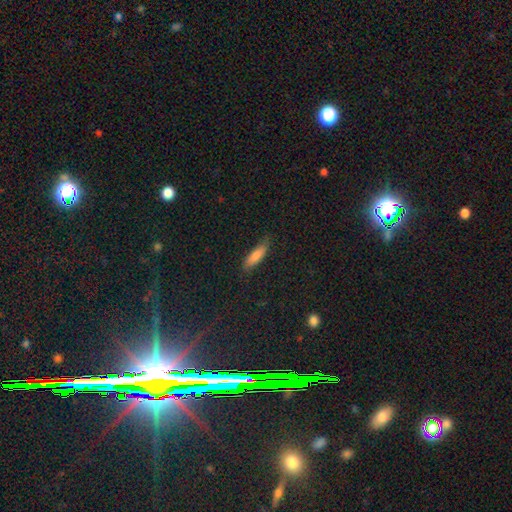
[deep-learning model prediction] smooth_or_featured: smooth (p=0.80) [alt: featured or disk p=0.12]
how_rounded: cigar-shaped (p=0.63) [alt: in between p=0.35]
merging: none (p=0.80) [alt: minor disturbance p=0.16]